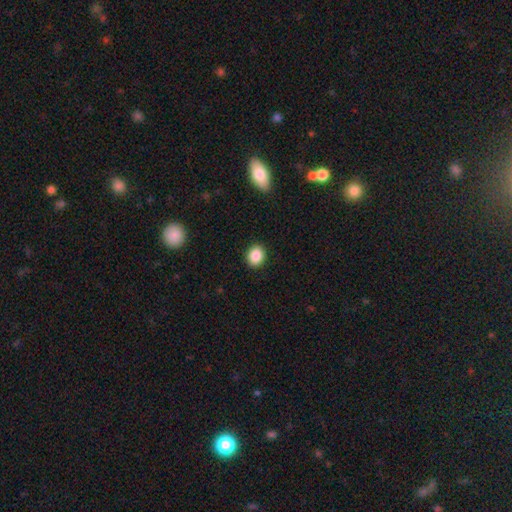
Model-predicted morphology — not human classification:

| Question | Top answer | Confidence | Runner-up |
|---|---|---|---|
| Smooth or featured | smooth | 88% | star or artifact (9%) |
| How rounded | round | 56% | in between (44%) |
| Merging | none | 91% | minor disturbance (6%) |